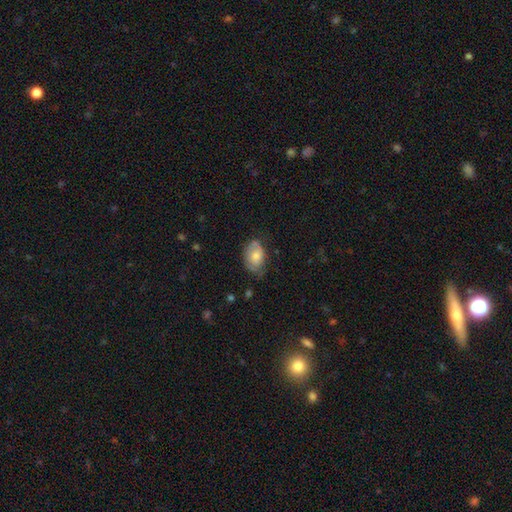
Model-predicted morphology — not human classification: Smooth or featured? Predicted: smooth (p=0.70). How rounded? Predicted: in between (p=0.88). Merging? Predicted: none (p=0.55).